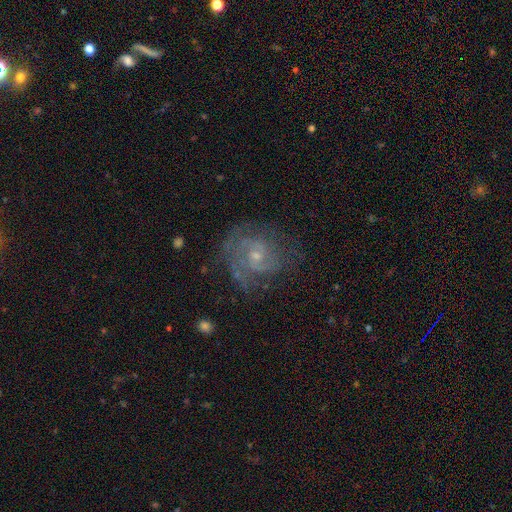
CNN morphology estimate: Smooth or featured: featured or disk — 81% (smooth — 11%)
Edge-on disk: no — 98% (yes — 2%)
Bar: no — 61% (weak — 34%)
Spiral arms: yes — 91% (no — 9%)
Spiral winding: tight — 48% (medium — 40%)
Spiral arm count: 2 — 47% (can't tell — 26%)
Bulge size: small — 67% (moderate — 28%)
Merging: none — 64% (minor disturbance — 20%)